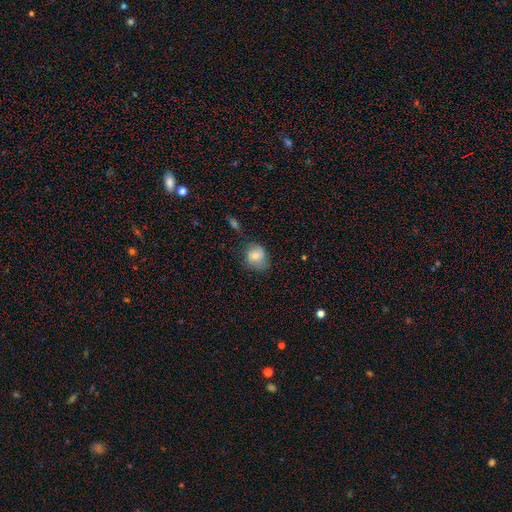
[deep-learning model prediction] Smooth or featured? Predicted: smooth (p=0.71). How rounded? Predicted: round (p=0.64). Merging? Predicted: none (p=0.59).